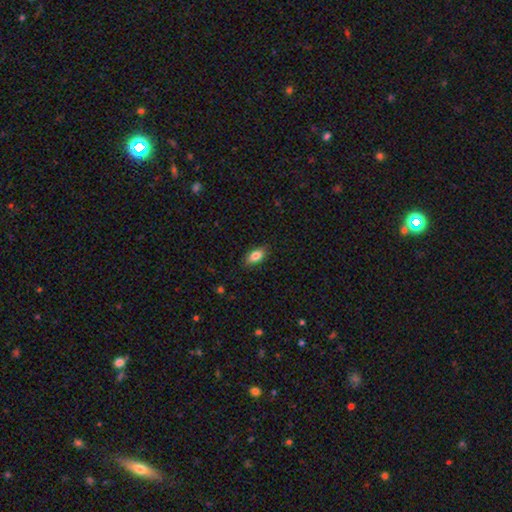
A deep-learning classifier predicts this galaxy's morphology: Smooth or featured? smooth (84%)
How rounded? in between (90%)
Merging? none (87%)